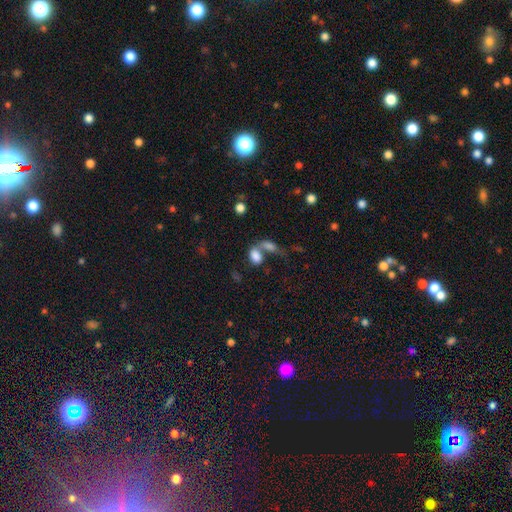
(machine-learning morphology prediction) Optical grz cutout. It shows a smooth galaxy with no disk features (80%) that is in between round and cigar-shaped (84%). Merging: merger (60%).